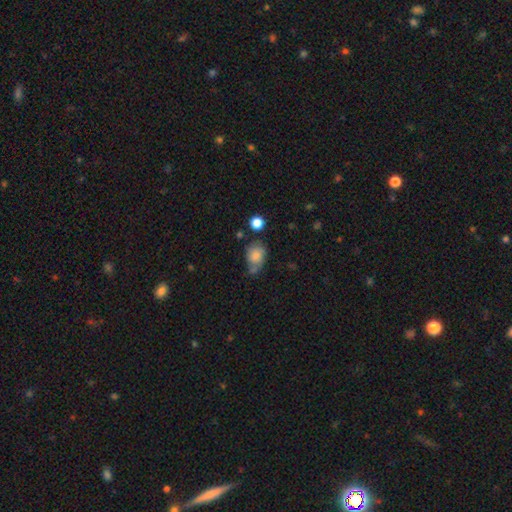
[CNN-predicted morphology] This appears to be a smooth galaxy with no disk features (79%) that is in between round and cigar-shaped (64%). Merging: none (48%).